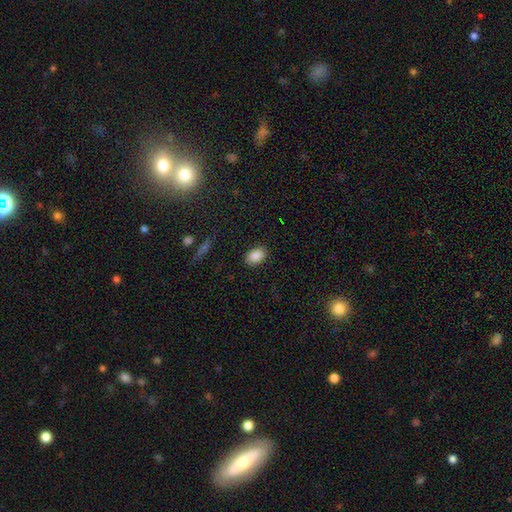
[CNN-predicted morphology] smooth 88%, star or artifact 8%, featured or disk 4%. Down the decision tree: how rounded — in between (83%); merging — none (87%).